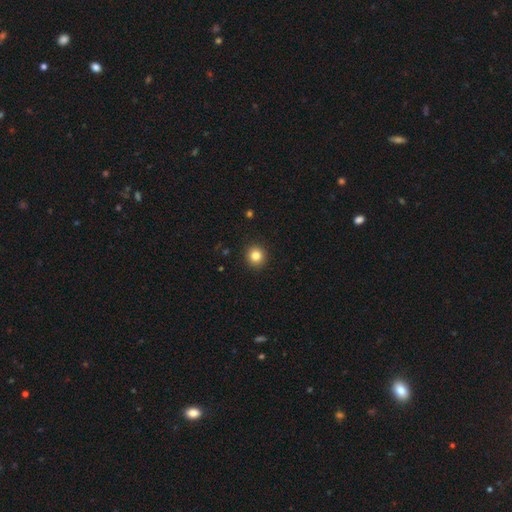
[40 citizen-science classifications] This appears to be a smooth galaxy with no disk features (82%) that is round (97%). Merging: none (92%).